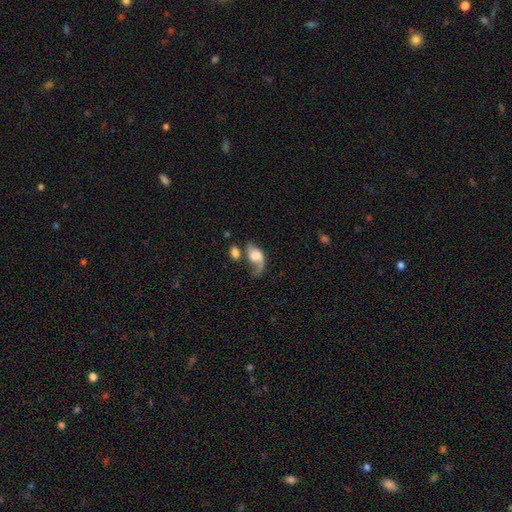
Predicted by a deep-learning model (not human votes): This appears to be a featured or disk galaxy (55%) with no bar (65%), spiral arms (83%) and a large central bulge (32%). Merging: major disturbance (33%).